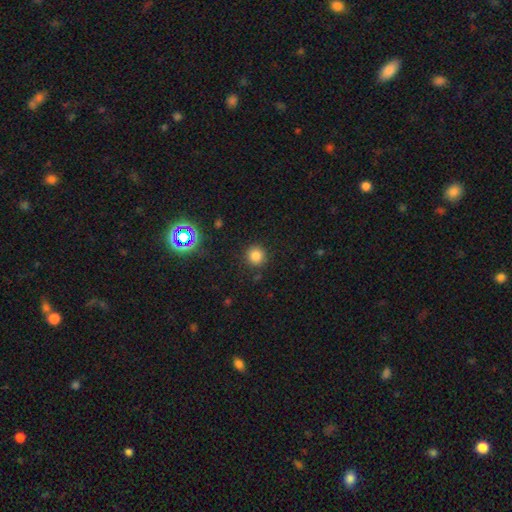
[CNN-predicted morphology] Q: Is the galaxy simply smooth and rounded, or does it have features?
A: smooth — 81%.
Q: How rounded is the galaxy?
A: round — 94%.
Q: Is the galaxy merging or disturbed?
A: none — 89%.